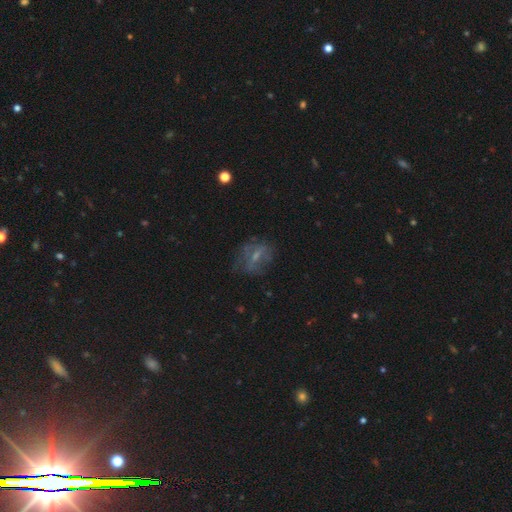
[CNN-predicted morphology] type=featured or disk (50%); edge-on=no (93%); merging=none (56%).